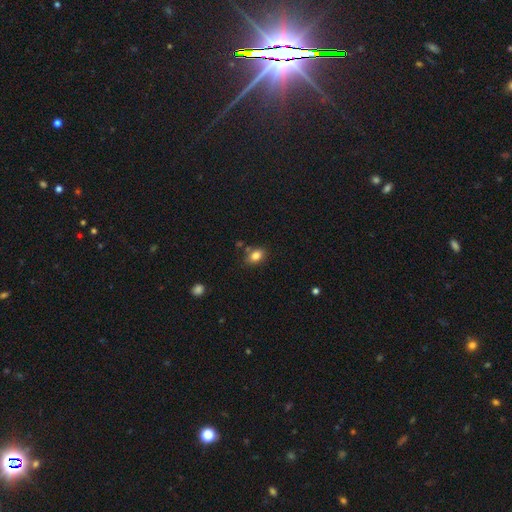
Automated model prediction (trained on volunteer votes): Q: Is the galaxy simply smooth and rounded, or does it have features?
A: smooth — 83%.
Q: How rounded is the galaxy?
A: in between — 77%.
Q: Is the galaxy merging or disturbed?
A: none — 73%.